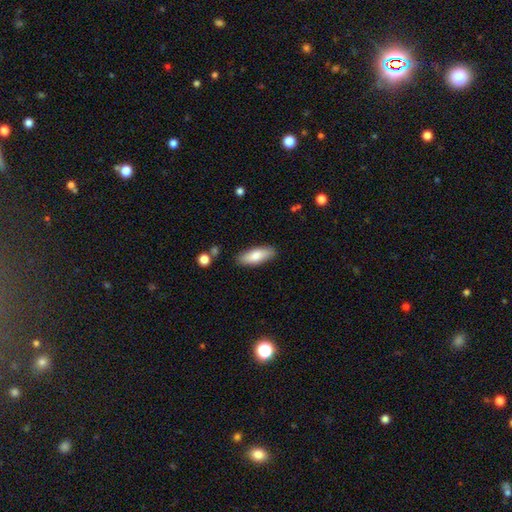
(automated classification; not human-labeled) The model was most divided on "how rounded": in between: 65%, cigar-shaped: 33%, round: 2%. More confident: merging — none (86%); smooth or featured — smooth (77%).